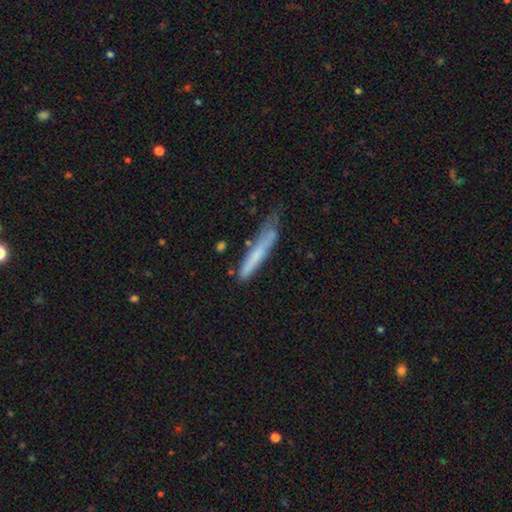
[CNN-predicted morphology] Smooth or featured?
  - smooth: 65% *
  - featured or disk: 28%
  - star or artifact: 8%
How rounded?
  - cigar-shaped: 93% *
  - in between: 5%
  - round: 1%
Merging?
  - none: 51% *
  - minor disturbance: 32%
  - major disturbance: 12%
  - merger: 5%